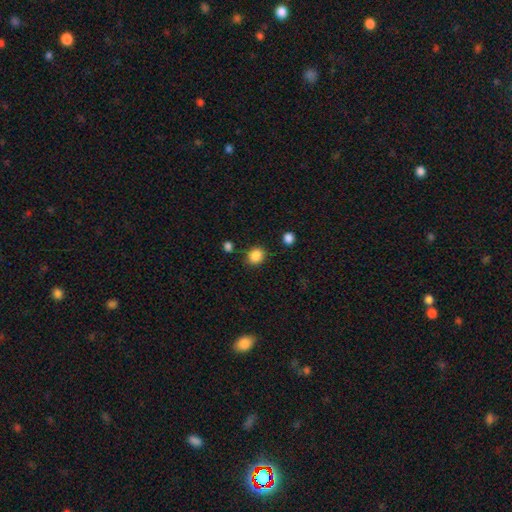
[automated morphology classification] Smooth or featured?
  - smooth: 87% *
  - star or artifact: 10%
  - featured or disk: 3%
How rounded?
  - round: 67% *
  - in between: 32%
  - cigar-shaped: 1%
Merging?
  - none: 82% *
  - minor disturbance: 11%
  - major disturbance: 3%
  - merger: 3%